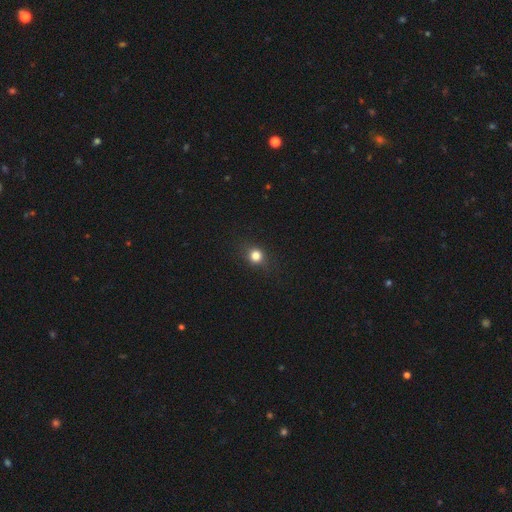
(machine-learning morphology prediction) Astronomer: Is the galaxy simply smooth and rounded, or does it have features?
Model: smooth — 80%.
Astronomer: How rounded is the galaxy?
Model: round — 81%.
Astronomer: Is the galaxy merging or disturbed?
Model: none — 85%.